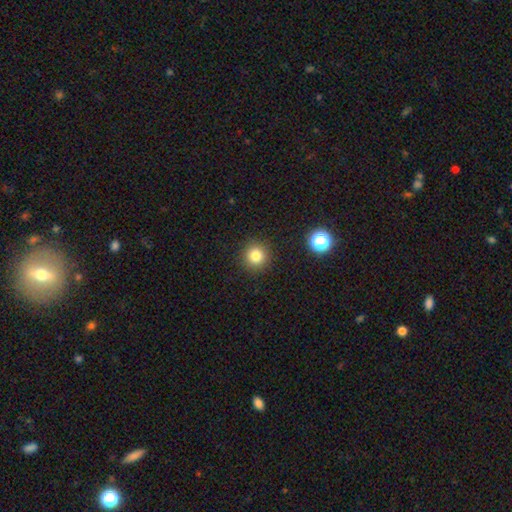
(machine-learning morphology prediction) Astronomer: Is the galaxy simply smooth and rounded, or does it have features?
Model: smooth — 80%.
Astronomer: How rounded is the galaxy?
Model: round — 94%.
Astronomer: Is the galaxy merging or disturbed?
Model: none — 91%.